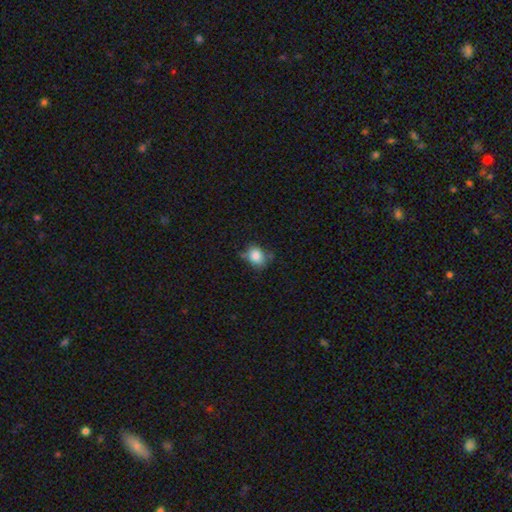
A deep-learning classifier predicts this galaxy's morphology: A smooth galaxy with no disk features (84%) that is in between round and cigar-shaped (50%).

Vote fractions:
- Smooth or featured? smooth: 84% / star or artifact: 9% / featured or disk: 7%
- How rounded? in between: 50% / round: 48% / cigar-shaped: 1%
- Merging? none: 62% / minor disturbance: 25% / merger: 7% / major disturbance: 5%